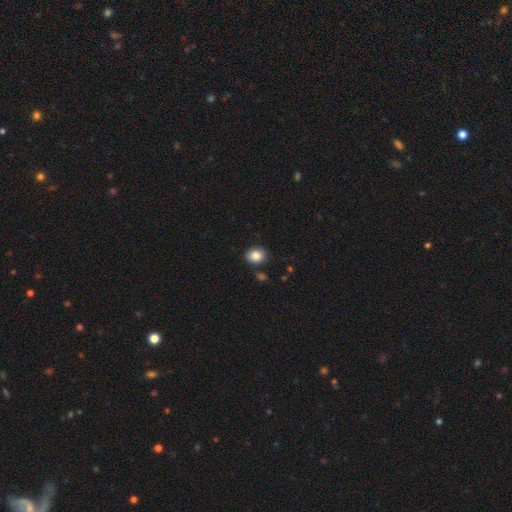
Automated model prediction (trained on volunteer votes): A smooth galaxy with no disk features (85%) that is round (56%).

Vote fractions:
- Smooth or featured? smooth: 85% / star or artifact: 9% / featured or disk: 6%
- How rounded? round: 56% / in between: 43% / cigar-shaped: 1%
- Merging? none: 84% / minor disturbance: 10% / merger: 4% / major disturbance: 2%